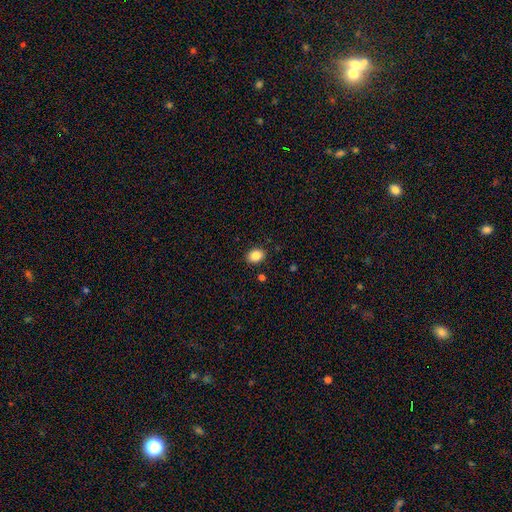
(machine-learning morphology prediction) Overall: smooth (86%). How rounded: in between (65%; round 35%). Merging: none (89%).